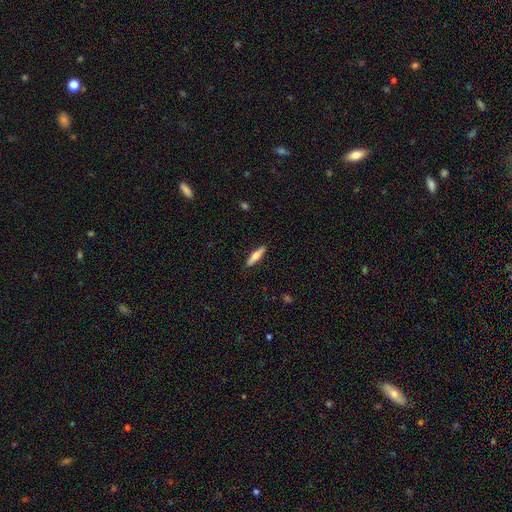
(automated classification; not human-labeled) The model was most divided on "smooth or featured": smooth: 58%, featured or disk: 36%, star or artifact: 6%. More confident: merging — none (89%); how rounded — cigar-shaped (70%).